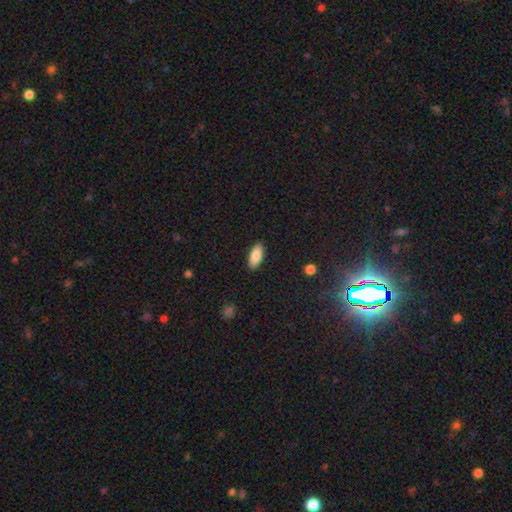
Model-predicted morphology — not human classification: Smooth or featured? smooth (87%)
How rounded? in between (85%)
Merging? none (89%)